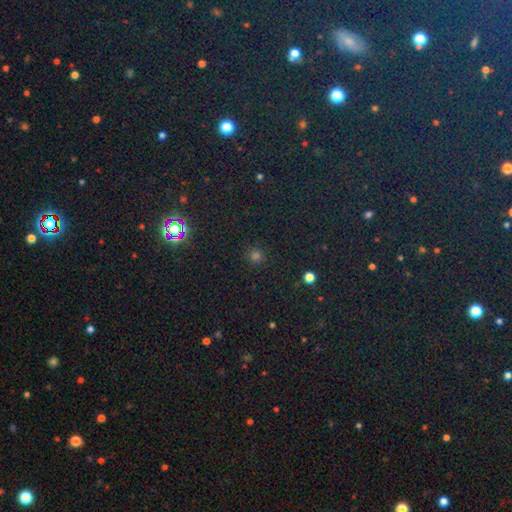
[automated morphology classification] Overall: smooth (66%; star or artifact 29%). How rounded: round (95%). Merging: none (91%).